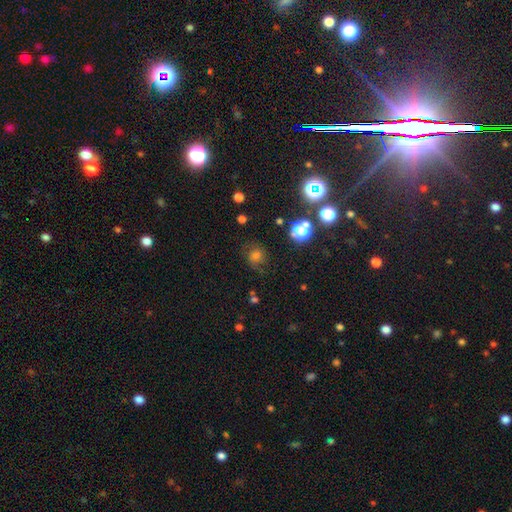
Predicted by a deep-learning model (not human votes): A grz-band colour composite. It shows a smooth galaxy with no disk features (53%) that is round (80%). Merging: none (68%).